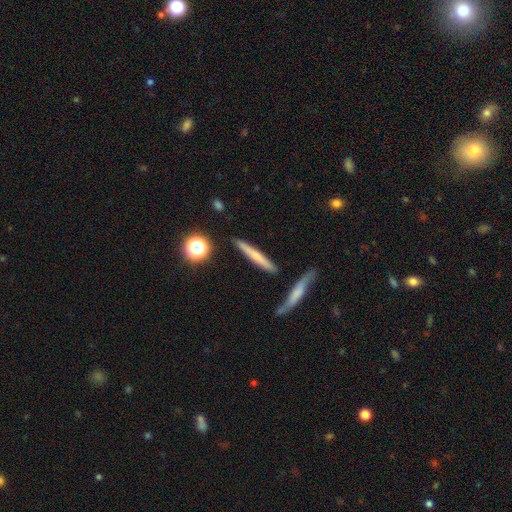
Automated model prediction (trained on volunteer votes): Morphology: type=smooth (51%); roundness=cigar-shaped (91%); merging=none (81%).